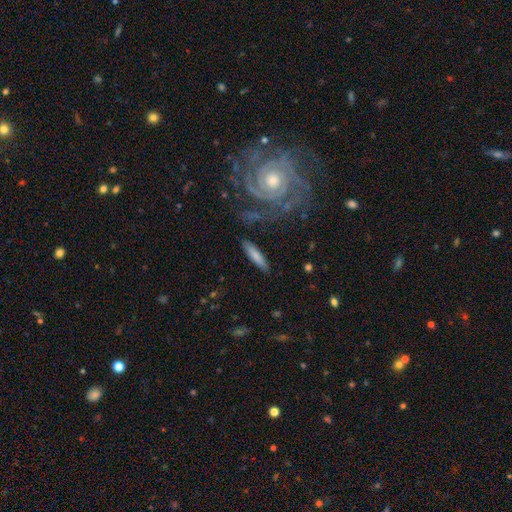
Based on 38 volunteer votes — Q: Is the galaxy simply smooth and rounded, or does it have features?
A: smooth — 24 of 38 (63%).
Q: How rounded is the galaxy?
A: cigar-shaped — 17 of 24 (71%).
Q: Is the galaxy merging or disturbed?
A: none — 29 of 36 (81%).